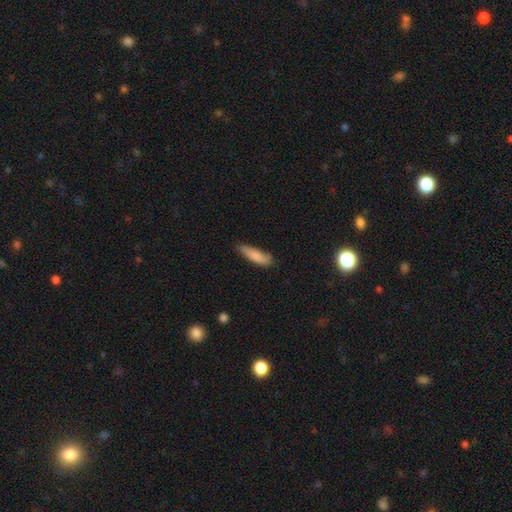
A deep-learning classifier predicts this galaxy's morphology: Overall: smooth (84%). How rounded: cigar-shaped (60%; in between 38%). Merging: none (69%).